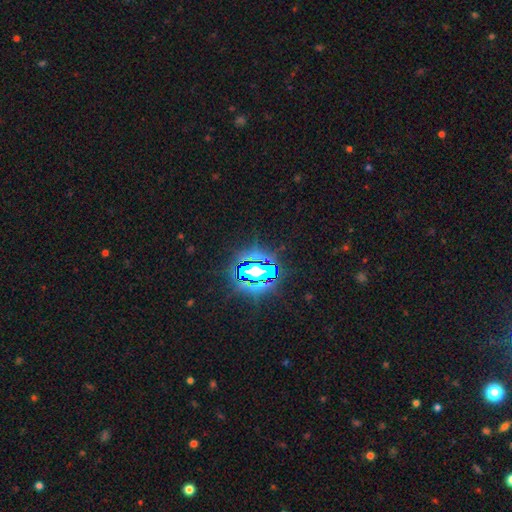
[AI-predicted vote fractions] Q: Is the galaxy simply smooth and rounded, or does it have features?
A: star or artifact — 83%.